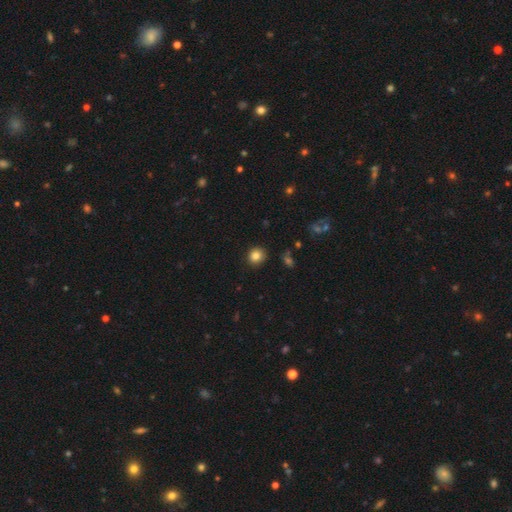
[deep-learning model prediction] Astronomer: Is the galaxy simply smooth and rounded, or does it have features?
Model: smooth — 84%.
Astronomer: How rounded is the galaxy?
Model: round — 86%.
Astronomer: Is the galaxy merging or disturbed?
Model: none — 89%.